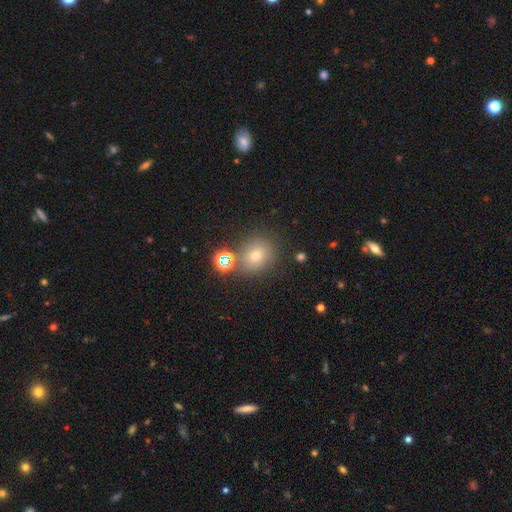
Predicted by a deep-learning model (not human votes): Smooth or featured?
  - smooth: 65% *
  - star or artifact: 22%
  - featured or disk: 13%
How rounded?
  - round: 79% *
  - in between: 20%
  - cigar-shaped: 1%
Merging?
  - none: 74% *
  - merger: 11%
  - minor disturbance: 10%
  - major disturbance: 4%